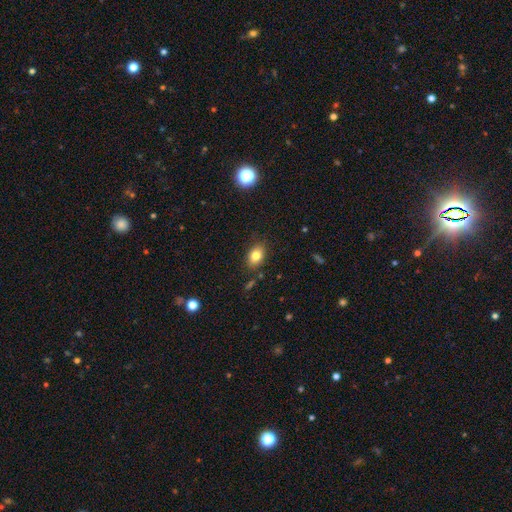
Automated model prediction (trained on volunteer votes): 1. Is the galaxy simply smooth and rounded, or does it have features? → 81% smooth, 10% star or artifact, 9% featured or disk.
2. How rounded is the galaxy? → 82% in between, 17% round, 1% cigar-shaped.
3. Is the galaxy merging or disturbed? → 83% none, 12% minor disturbance, 3% major disturbance, 2% merger.